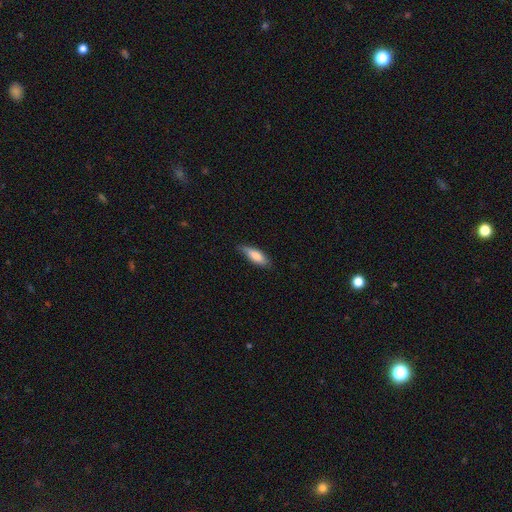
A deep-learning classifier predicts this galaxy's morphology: Q: Smooth or featured?
A: smooth (80%); runner-up: featured or disk (15%)
Q: How rounded?
A: in between (56%); runner-up: cigar-shaped (42%)
Q: Merging?
A: none (73%); runner-up: minor disturbance (23%)